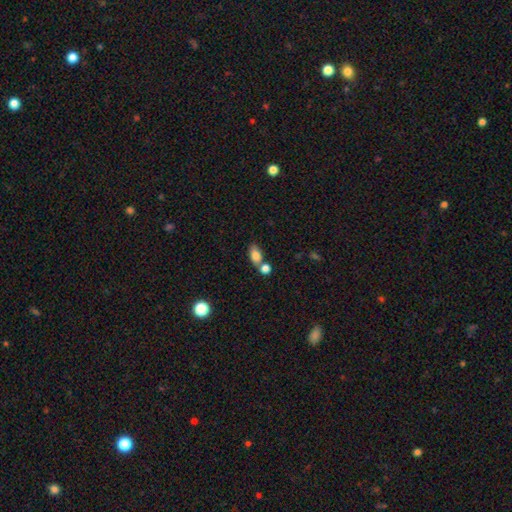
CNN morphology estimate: A smooth galaxy with no disk features (80%) that is in between round and cigar-shaped (83%).

Vote fractions:
- Smooth or featured? smooth: 80% / featured or disk: 11% / star or artifact: 9%
- How rounded? in between: 83% / round: 12% / cigar-shaped: 5%
- Merging? none: 51% / merger: 33% / minor disturbance: 12% / major disturbance: 4%